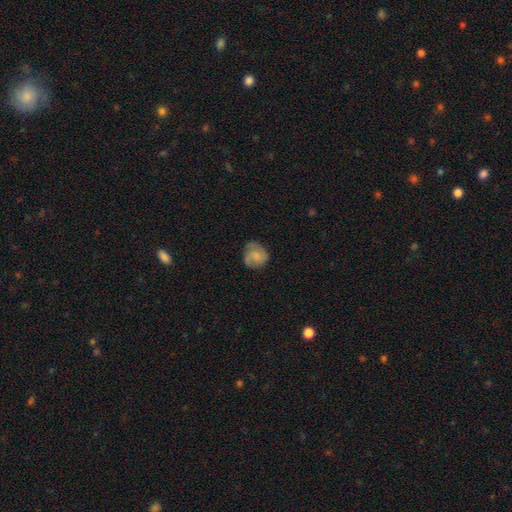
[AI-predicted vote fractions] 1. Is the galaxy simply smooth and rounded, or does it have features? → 68% smooth, 25% featured or disk, 8% star or artifact.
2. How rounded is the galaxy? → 79% round, 20% in between, 1% cigar-shaped.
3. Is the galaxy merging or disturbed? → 61% none, 28% minor disturbance, 10% major disturbance, 1% merger.